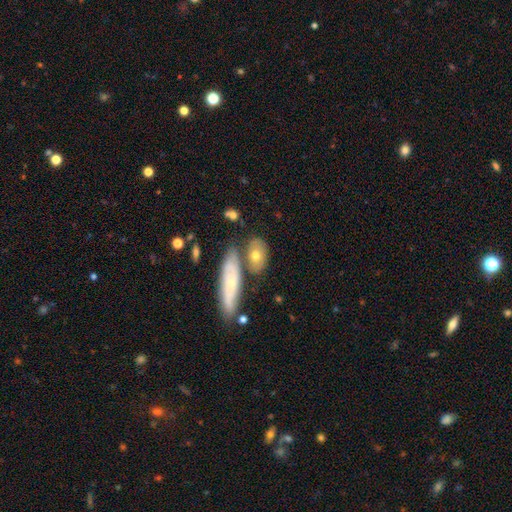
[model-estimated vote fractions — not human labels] A smooth galaxy with no disk features (63%) that is in between round and cigar-shaped (77%). Merging: none (57%).